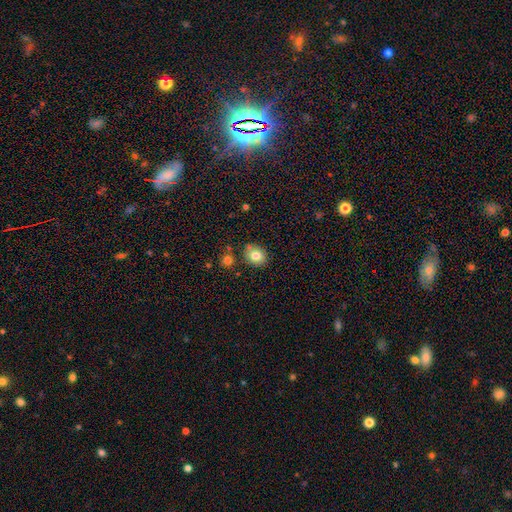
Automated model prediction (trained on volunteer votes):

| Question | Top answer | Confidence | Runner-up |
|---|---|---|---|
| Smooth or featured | smooth | 81% | star or artifact (10%) |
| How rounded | round | 62% | in between (37%) |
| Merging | none | 78% | minor disturbance (12%) |